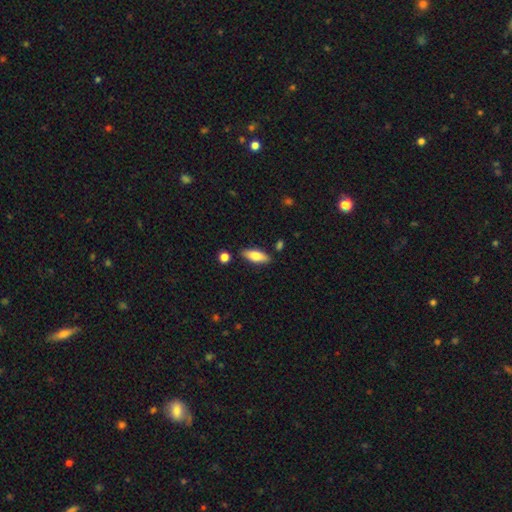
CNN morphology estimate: smooth-or-featured: smooth: 74% | featured or disk: 19% | star or artifact: 6%
  how-rounded: in between: 71% | cigar-shaped: 27% | round: 2%
  merging: none: 83% | minor disturbance: 11% | merger: 3% | major disturbance: 2%